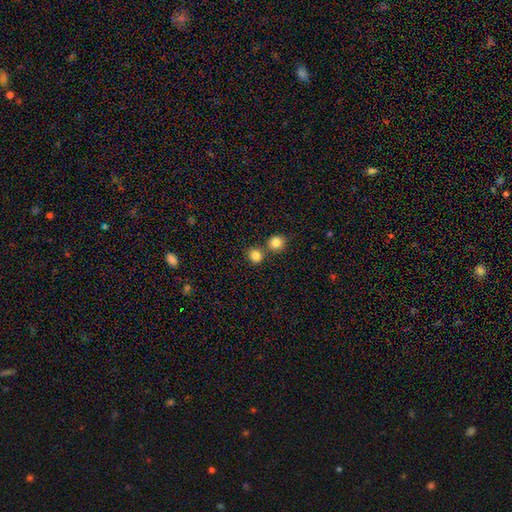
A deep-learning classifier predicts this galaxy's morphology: This appears to be a smooth galaxy with no disk features (84%) that is round (86%). Merging: none (63%).